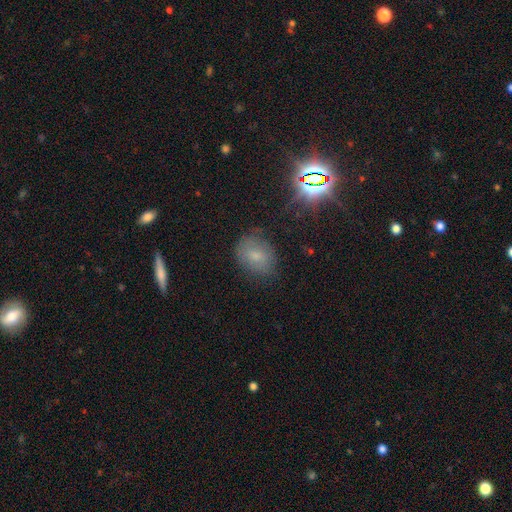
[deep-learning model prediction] This appears to be a smooth galaxy with no disk features (65%) that is in between round and cigar-shaped (61%). Merging: none (75%).